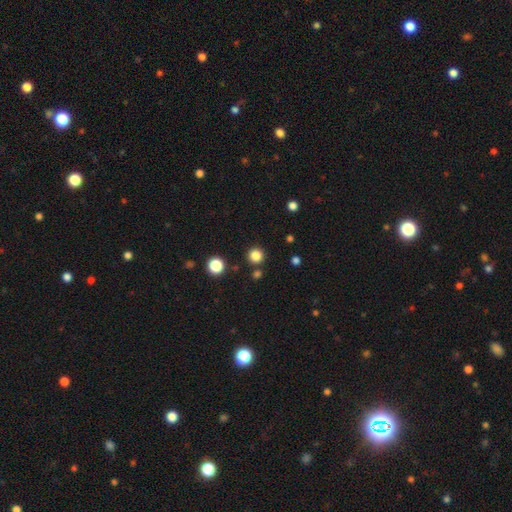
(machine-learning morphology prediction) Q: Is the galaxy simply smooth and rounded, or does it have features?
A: smooth — 83%.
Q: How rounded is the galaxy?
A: round — 95%.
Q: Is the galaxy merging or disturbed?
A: none — 88%.